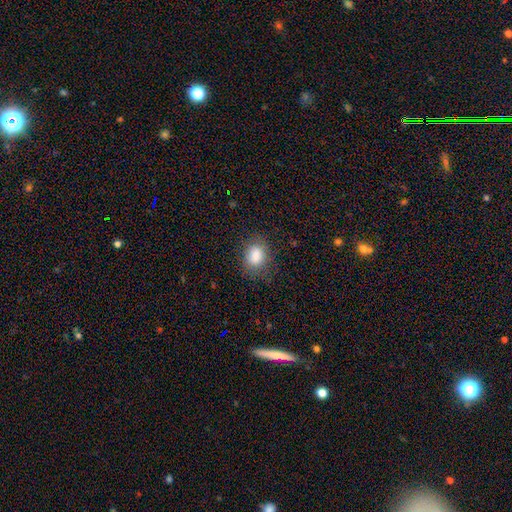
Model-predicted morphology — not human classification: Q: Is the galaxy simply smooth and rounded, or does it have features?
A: smooth — 85%.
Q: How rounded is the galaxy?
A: in between — 64%.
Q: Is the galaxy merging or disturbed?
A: none — 77%.